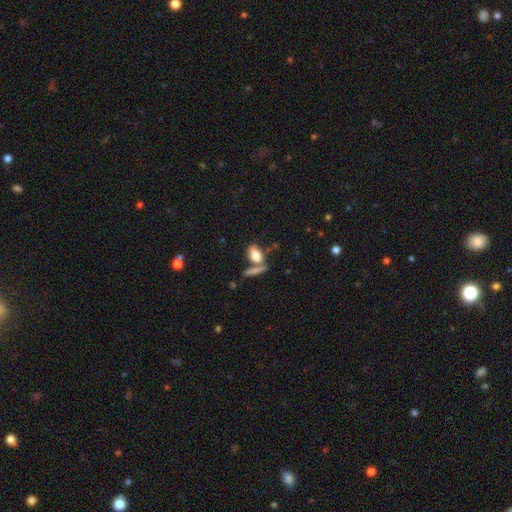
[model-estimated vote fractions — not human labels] Morphology: type=smooth (79%); roundness=in between (81%); merging=none (53%).